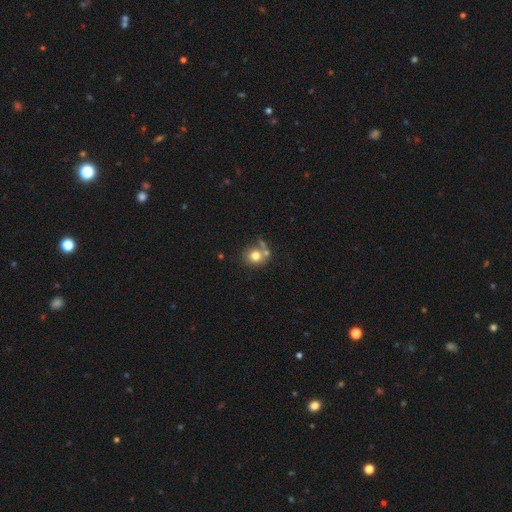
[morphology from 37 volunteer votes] type=smooth (84%); roundness=round (74%); merging=none (40%).